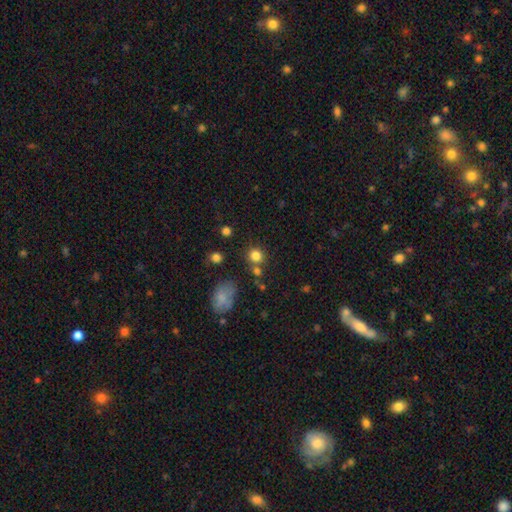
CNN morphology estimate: Smooth or featured? smooth (81%)
How rounded? round (84%)
Merging? none (71%)